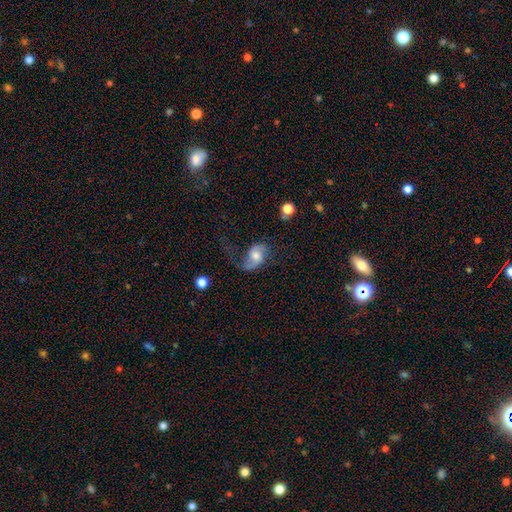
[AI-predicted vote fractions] featured or disk 70%, smooth 23%, star or artifact 8%. Down the decision tree: edge-on disk — no (97%); bar — no (58%); spiral arms — yes (92%); spiral arm count — 2 (80%); spiral winding — loose (63%); bulge size — moderate (57%); merging — none (45%).